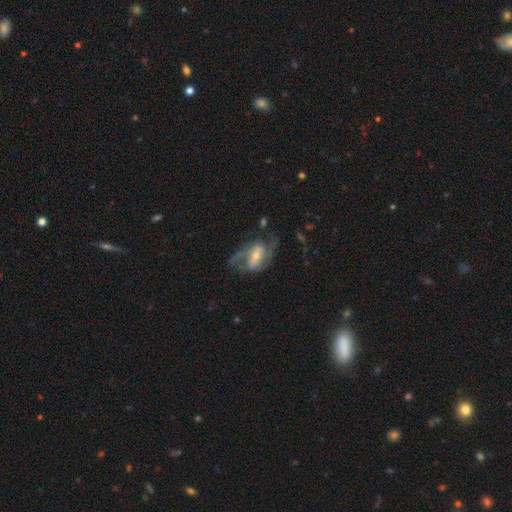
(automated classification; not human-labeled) Smooth or featured? featured or disk (78%)
Edge-on disk? no (96%)
Bar? weak (42%)
Spiral arms? yes (88%)
Spiral winding? medium (47%)
Spiral arm count? 2 (77%)
Bulge size? small (47%)
Merging? none (53%)